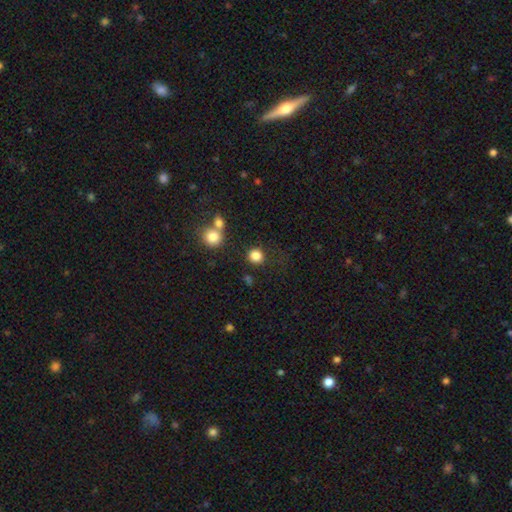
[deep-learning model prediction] Overall: smooth (84%). How rounded: round (89%). Merging: none (80%).